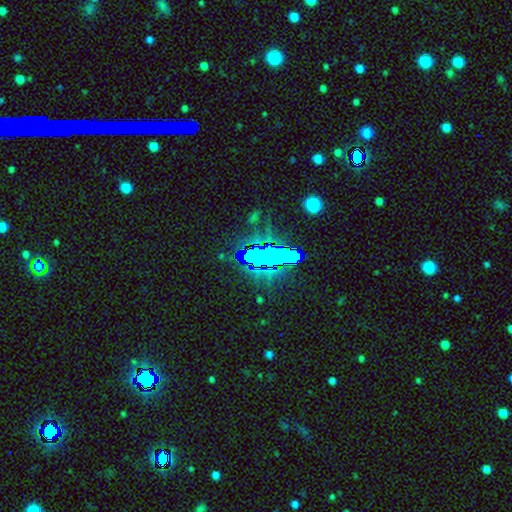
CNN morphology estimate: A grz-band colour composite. It shows a star or artifact, not a galaxy (71%).